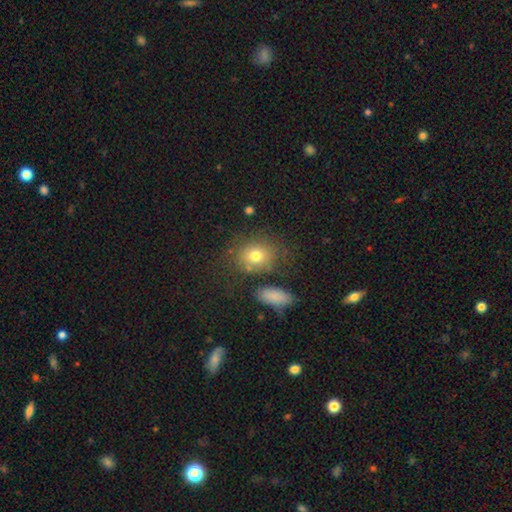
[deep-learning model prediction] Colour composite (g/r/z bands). It shows a smooth galaxy with no disk features (74%) that is round (54%). Merging: none (71%).